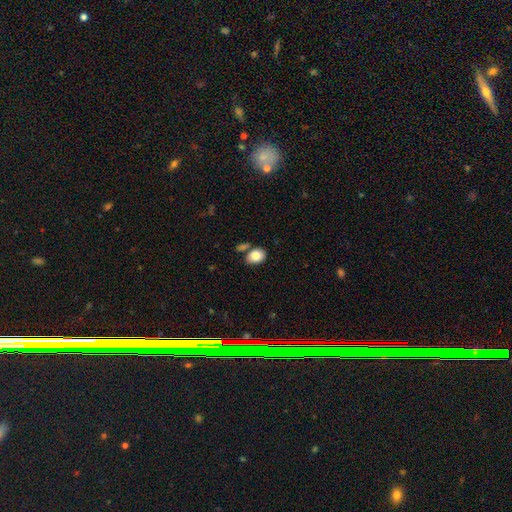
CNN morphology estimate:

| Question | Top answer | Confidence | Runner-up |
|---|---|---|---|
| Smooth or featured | smooth | 85% | star or artifact (8%) |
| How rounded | in between | 72% | round (27%) |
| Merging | none | 59% | minor disturbance (18%) |